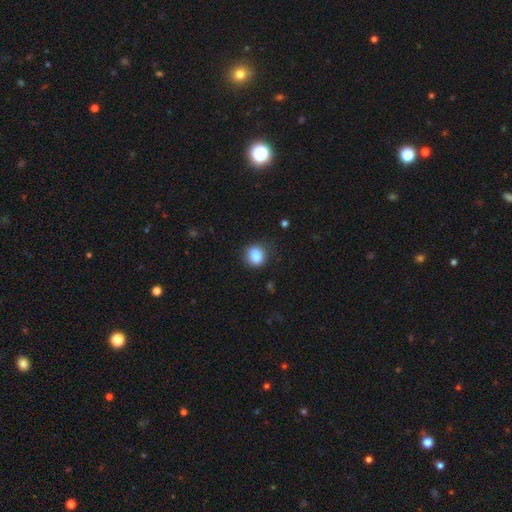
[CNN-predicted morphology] Q: Smooth or featured?
A: smooth (84%); runner-up: star or artifact (10%)
Q: How rounded?
A: round (58%); runner-up: in between (41%)
Q: Merging?
A: none (79%); runner-up: minor disturbance (15%)